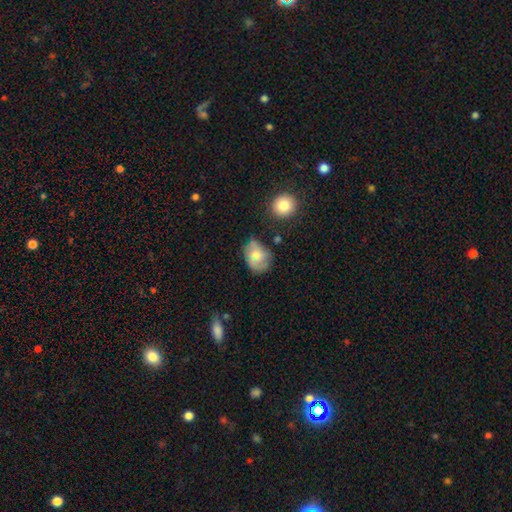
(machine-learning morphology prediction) Smooth or featured? smooth (52%)
How rounded? in between (61%)
Merging? none (54%)